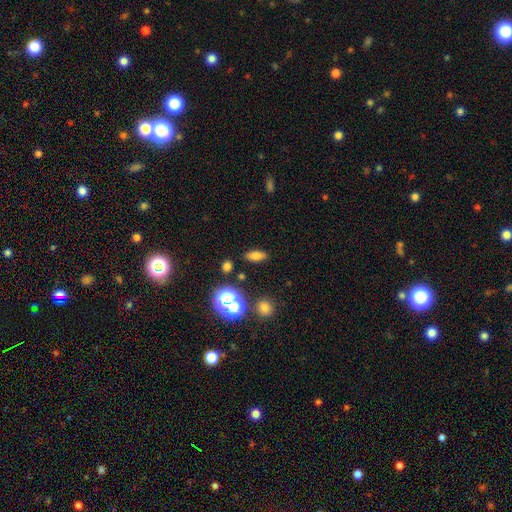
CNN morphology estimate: A smooth galaxy with no disk features (71%) that is in between round and cigar-shaped (73%).

Vote fractions:
- Smooth or featured? smooth: 71% / star or artifact: 18% / featured or disk: 12%
- How rounded? in between: 73% / cigar-shaped: 17% / round: 11%
- Merging? none: 86% / minor disturbance: 8% / merger: 3% / major disturbance: 3%